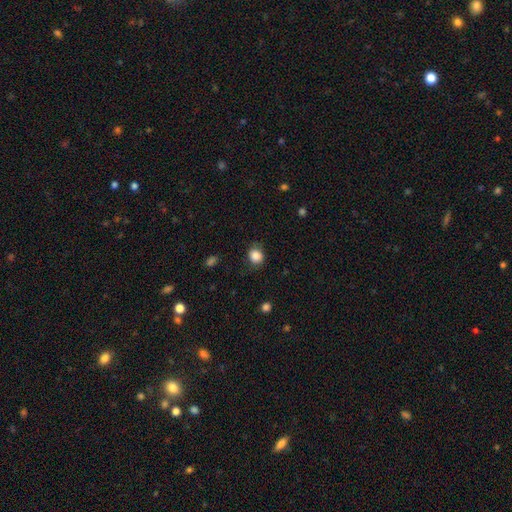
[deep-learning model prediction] A smooth galaxy with no disk features (85%) that is round (78%).

Vote fractions:
- Smooth or featured? smooth: 85% / star or artifact: 10% / featured or disk: 5%
- How rounded? round: 78% / in between: 21% / cigar-shaped: 1%
- Merging? none: 78% / minor disturbance: 16% / major disturbance: 5% / merger: 1%